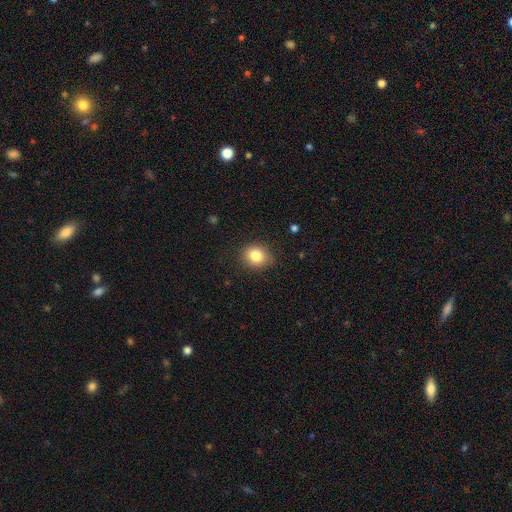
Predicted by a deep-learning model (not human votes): smooth_or_featured: smooth (p=0.83) [alt: star or artifact p=0.10]
how_rounded: round (p=0.68) [alt: in between p=0.31]
merging: none (p=0.84) [alt: minor disturbance p=0.12]